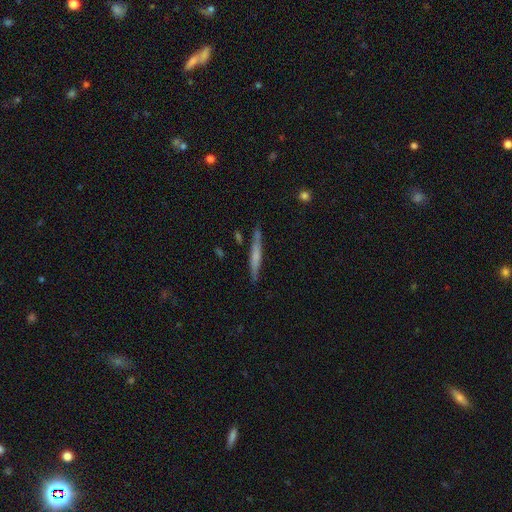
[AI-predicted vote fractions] Smooth or featured? featured or disk (49%)
Merging? none (81%)